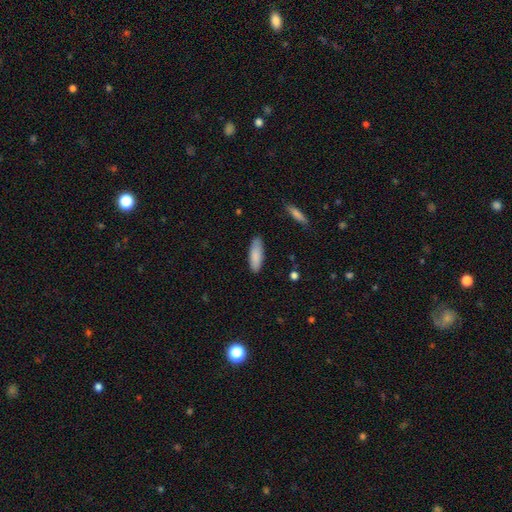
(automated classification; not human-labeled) This appears to be a smooth galaxy with no disk features (86%) that is in between round and cigar-shaped (57%). Merging: none (85%).